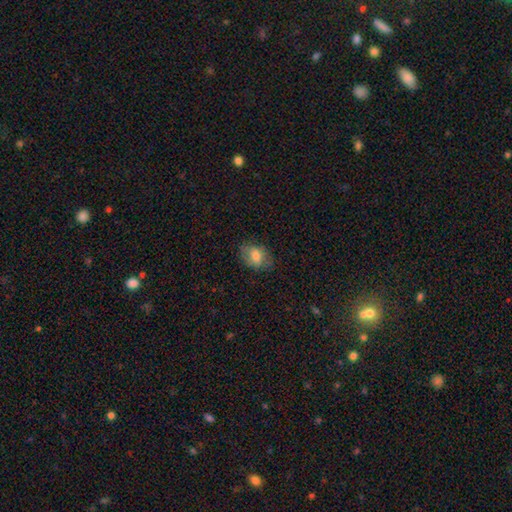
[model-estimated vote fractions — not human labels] A smooth galaxy with no disk features (72%) that is in between round and cigar-shaped (71%).

Vote fractions:
- Smooth or featured? smooth: 72% / featured or disk: 19% / star or artifact: 9%
- How rounded? in between: 71% / round: 28% / cigar-shaped: 1%
- Merging? none: 74% / minor disturbance: 19% / major disturbance: 6% / merger: 1%